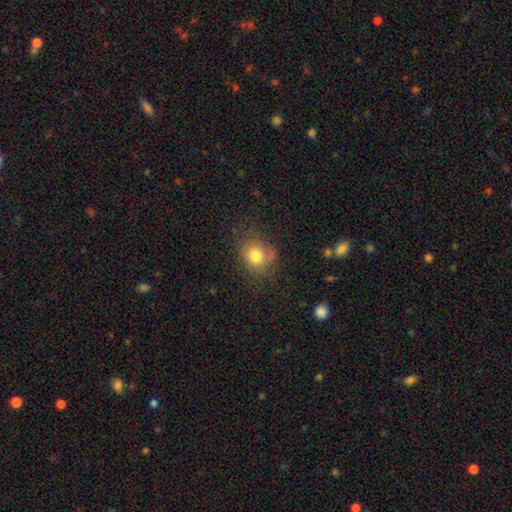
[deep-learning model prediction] smooth-or-featured: smooth: 77% | featured or disk: 11% | star or artifact: 11%
  how-rounded: round: 69% | in between: 30% | cigar-shaped: 1%
  merging: none: 64% | minor disturbance: 23% | major disturbance: 11% | merger: 2%